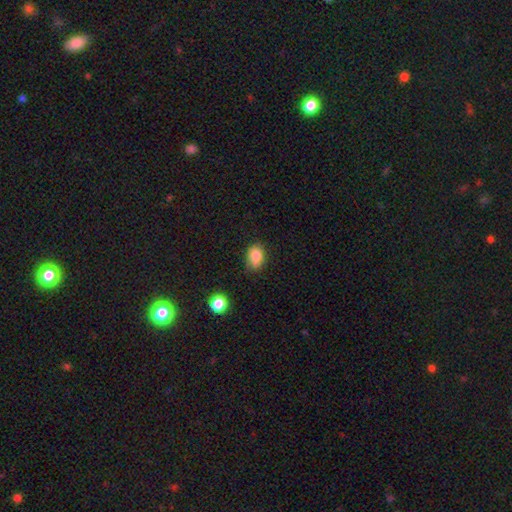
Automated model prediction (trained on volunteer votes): smooth_or_featured: smooth (p=0.82) [alt: star or artifact p=0.10]
how_rounded: in between (p=0.73) [alt: round p=0.25]
merging: none (p=0.64) [alt: minor disturbance p=0.28]